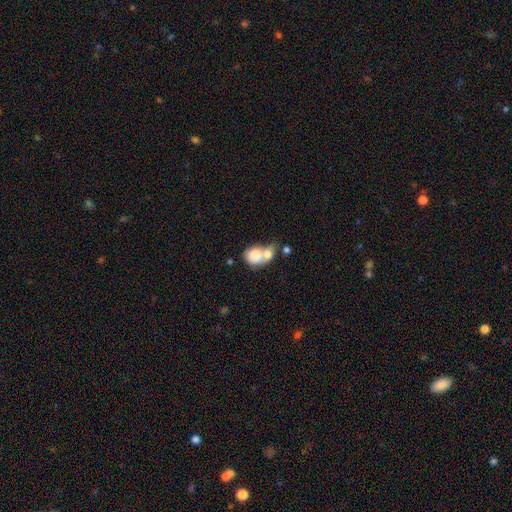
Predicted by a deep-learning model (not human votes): Smooth or featured: smooth — 77% (featured or disk — 15%)
How rounded: in between — 56% (round — 42%)
Merging: merger — 64% (none — 19%)